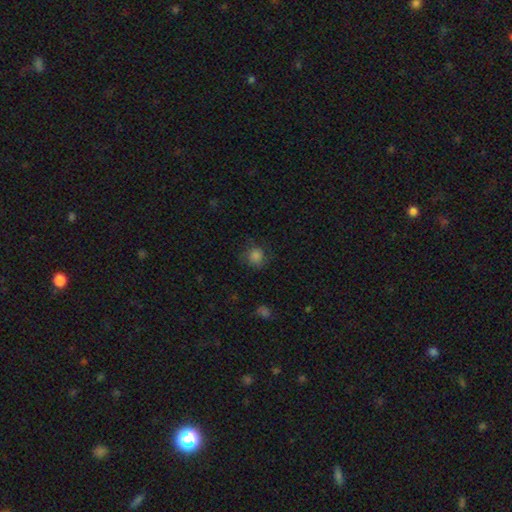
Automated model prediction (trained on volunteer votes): Smooth or featured? smooth (82%)
How rounded? round (85%)
Merging? none (71%)